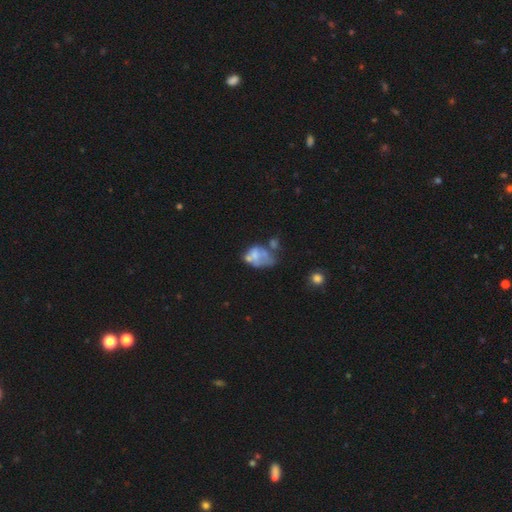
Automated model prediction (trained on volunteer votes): Smooth or featured? Predicted: smooth (p=0.45). Merging? Predicted: merger (p=0.31).